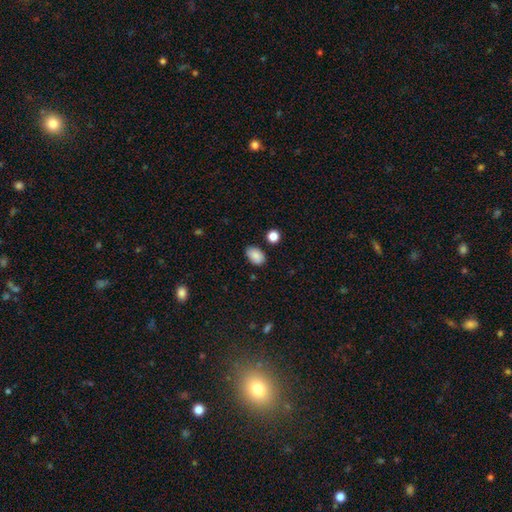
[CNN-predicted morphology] Smooth or featured? smooth (86%)
How rounded? in between (88%)
Merging? none (80%)